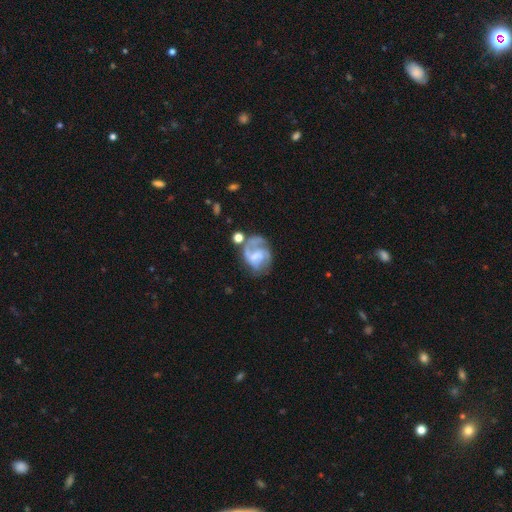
Smooth or featured? 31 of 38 (82%) said featured or disk. Edge-on disk? 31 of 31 (100%) said no. Bar? 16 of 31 (52%) said weak. Spiral arms? 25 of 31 (81%) said yes. Spiral winding? 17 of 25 (68%) said medium. Spiral arm count? 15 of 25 (60%) said 2. Bulge size? 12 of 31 (39%) said small. Merging? 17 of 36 (47%) said none.